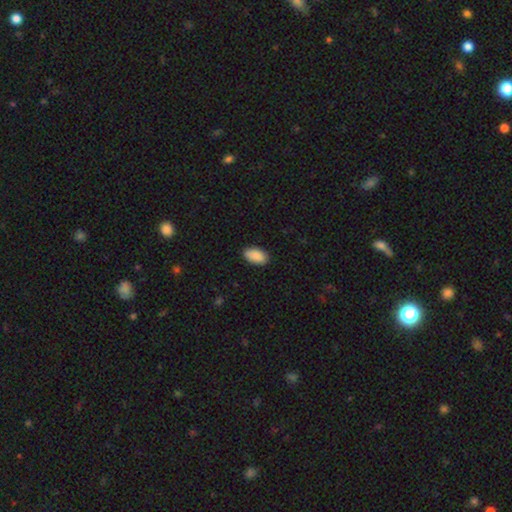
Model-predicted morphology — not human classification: The model was most divided on "merging": none: 87%, minor disturbance: 10%, major disturbance: 2%, merger: 1%. More confident: how rounded — in between (95%); smooth or featured — smooth (89%).